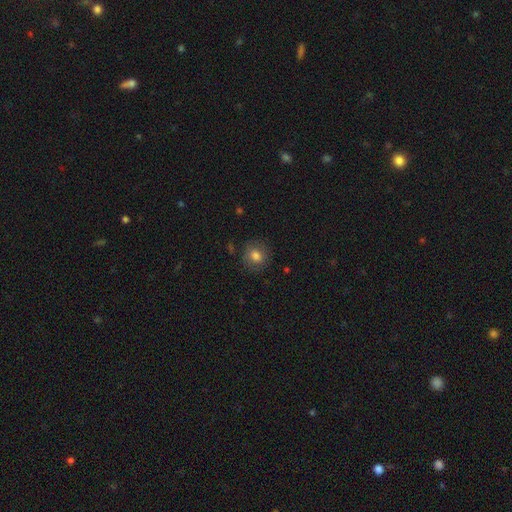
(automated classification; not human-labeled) smooth-or-featured: smooth: 78% | featured or disk: 13% | star or artifact: 10%
  how-rounded: round: 75% | in between: 24% | cigar-shaped: 1%
  merging: none: 82% | minor disturbance: 12% | major disturbance: 4% | merger: 1%